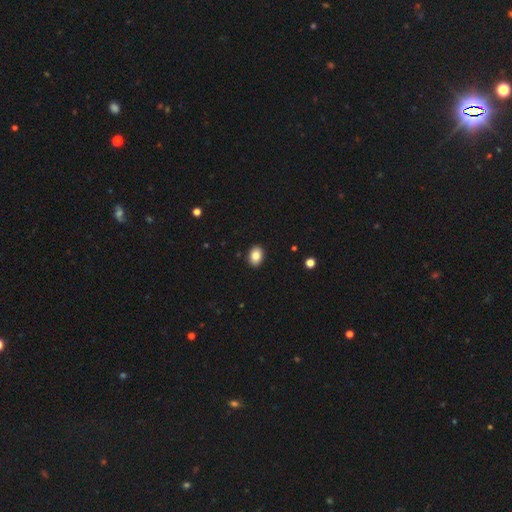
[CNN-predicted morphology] This appears to be a smooth galaxy with no disk features (85%) that is in between round and cigar-shaped (80%). Merging: none (91%).